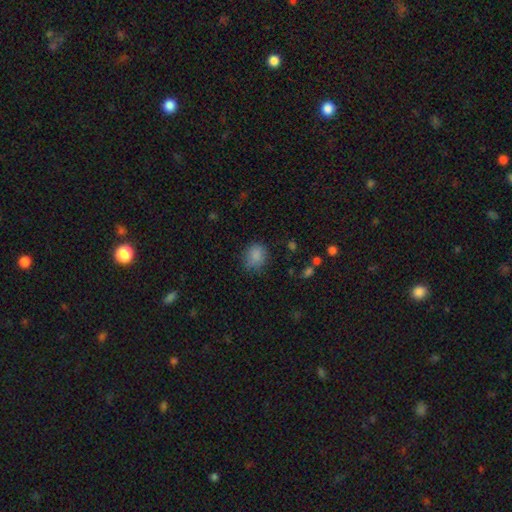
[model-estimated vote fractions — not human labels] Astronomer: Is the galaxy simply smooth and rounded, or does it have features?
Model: smooth — 82%.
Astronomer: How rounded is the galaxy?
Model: round — 61% (runner-up: in between, 38%).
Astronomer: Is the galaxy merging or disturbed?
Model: none — 71%.